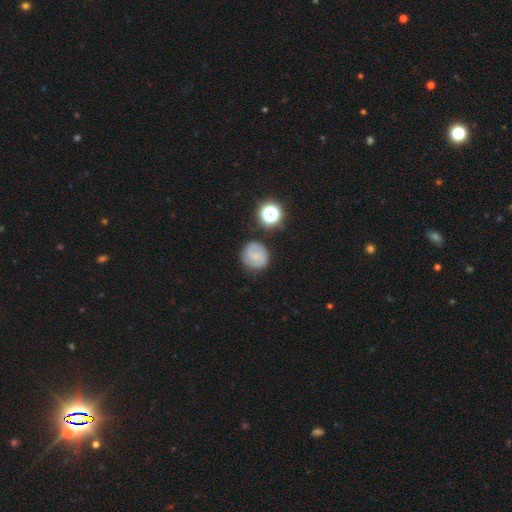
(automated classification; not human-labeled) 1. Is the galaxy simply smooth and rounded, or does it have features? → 50% smooth, 39% featured or disk, 11% star or artifact.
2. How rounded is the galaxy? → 87% round, 12% in between, 1% cigar-shaped.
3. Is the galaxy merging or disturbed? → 80% none, 13% minor disturbance, 4% major disturbance, 3% merger.